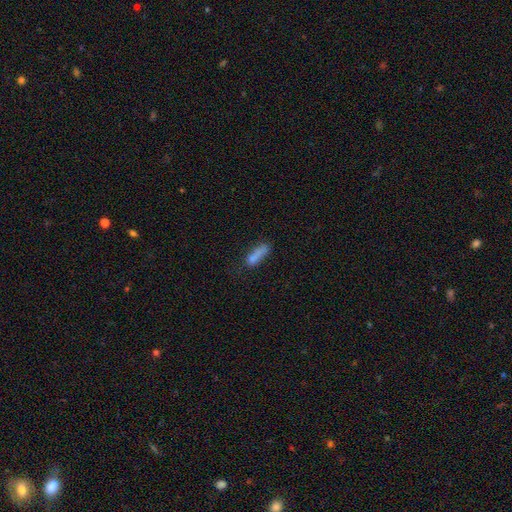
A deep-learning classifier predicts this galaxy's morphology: This is likely a smooth galaxy (76%). How rounded: possibly cigar-shaped (60%). Merging: possibly none (48%).